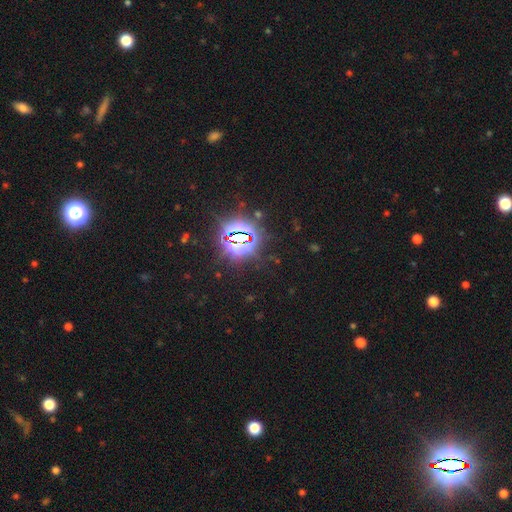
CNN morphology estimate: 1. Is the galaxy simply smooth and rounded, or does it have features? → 84% star or artifact, 10% smooth, 6% featured or disk.